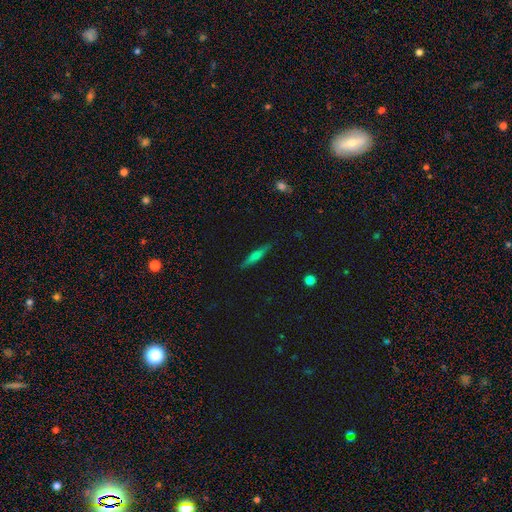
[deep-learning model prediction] smooth_or_featured: smooth (p=0.56) [alt: featured or disk p=0.37]
how_rounded: cigar-shaped (p=0.88) [alt: in between p=0.10]
merging: none (p=0.87) [alt: minor disturbance p=0.10]